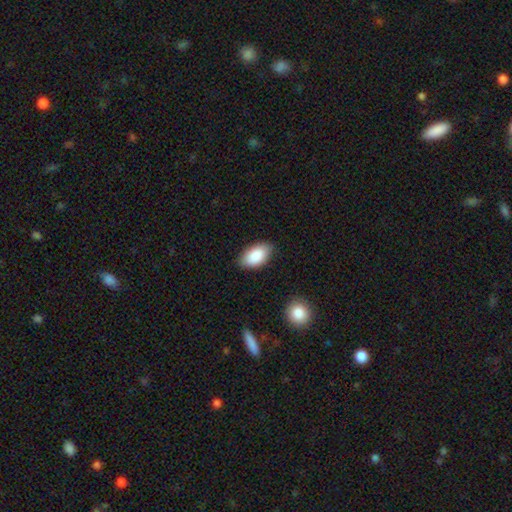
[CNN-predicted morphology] Smooth or featured? Predicted: smooth (p=0.88). How rounded? Predicted: in between (p=0.95). Merging? Predicted: none (p=0.83).